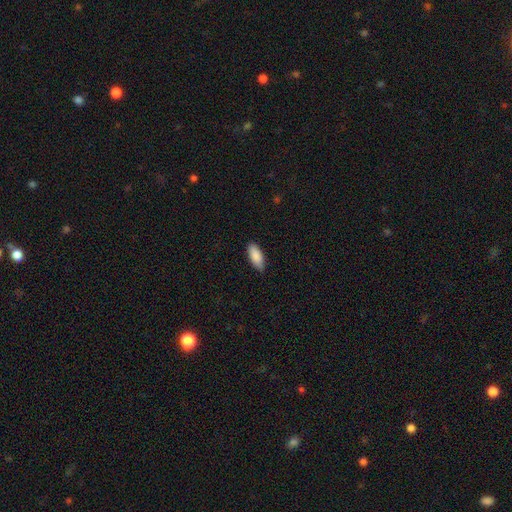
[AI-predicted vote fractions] This appears to be a smooth galaxy with no disk features (89%) that is in between round and cigar-shaped (81%). Merging: none (86%).